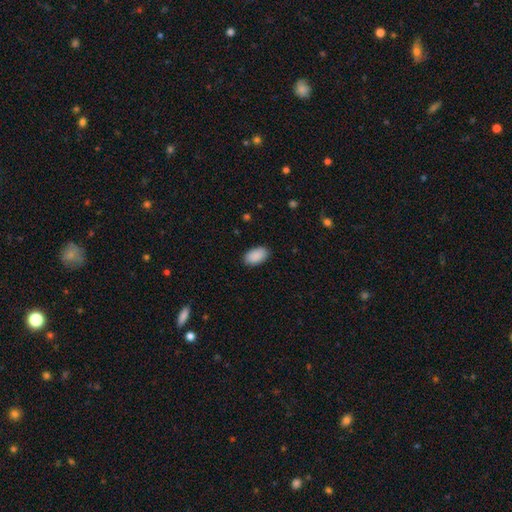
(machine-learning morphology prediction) smooth-or-featured: smooth: 91% | star or artifact: 6% | featured or disk: 3%
  how-rounded: in between: 94% | round: 4% | cigar-shaped: 1%
  merging: none: 88% | minor disturbance: 9% | major disturbance: 2% | merger: 1%